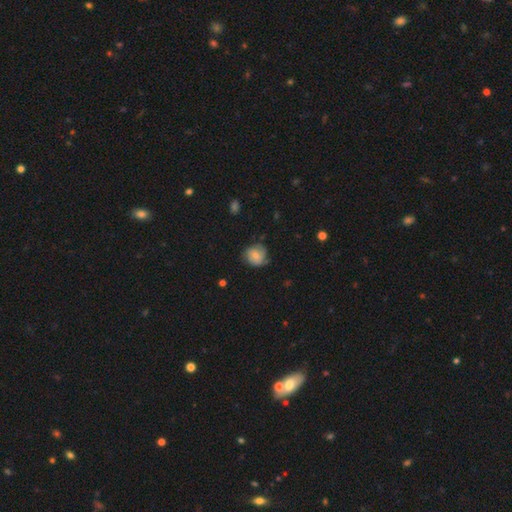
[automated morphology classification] Smooth or featured? Predicted: smooth (p=0.61). How rounded? Predicted: round (p=0.82). Merging? Predicted: none (p=0.66).